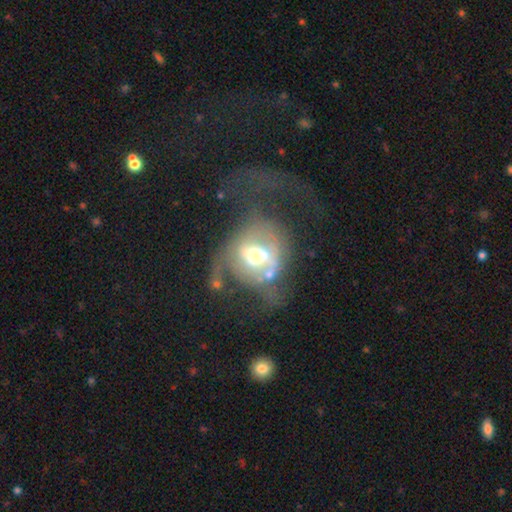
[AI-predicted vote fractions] A featured or disk galaxy (62%) with no bar (63%), no spiral arms (58%) and a moderate central bulge (61%).

Vote fractions:
- Smooth or featured? featured or disk: 62% / smooth: 28% / star or artifact: 10%
- Edge-on disk? no: 96% / yes: 4%
- Bar? no: 63% / weak: 26% / strong: 11%
- Spiral arms? no: 58% / yes: 42%
- Bulge size? moderate: 61% / large: 17% / small: 16% / dominant: 3% / none: 2%
- Merging? major disturbance: 46% / none: 22% / merger: 17% / minor disturbance: 15%